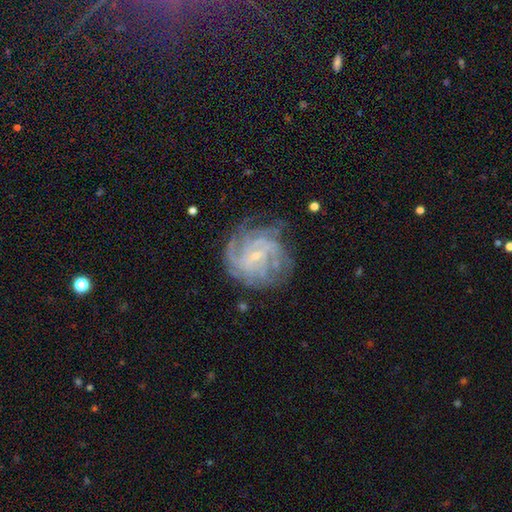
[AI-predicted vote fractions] Q: Smooth or featured?
A: featured or disk (84%); runner-up: star or artifact (8%)
Q: Edge-on disk?
A: no (98%); runner-up: yes (2%)
Q: Bar?
A: weak (49%); runner-up: no (37%)
Q: Spiral arms?
A: yes (95%); runner-up: no (5%)
Q: Spiral winding?
A: tight (68%); runner-up: medium (26%)
Q: Spiral arm count?
A: can't tell (32%); runner-up: 4 (25%)
Q: Bulge size?
A: small (81%); runner-up: moderate (14%)
Q: Merging?
A: none (72%); runner-up: minor disturbance (18%)